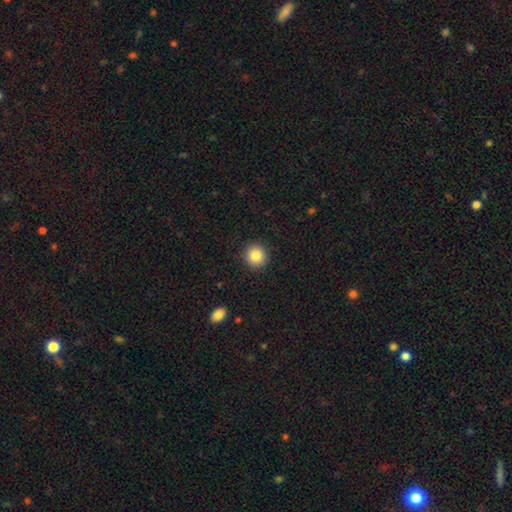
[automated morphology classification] smooth 85%, star or artifact 9%, featured or disk 6%. Down the decision tree: how rounded — round (92%); merging — none (91%).